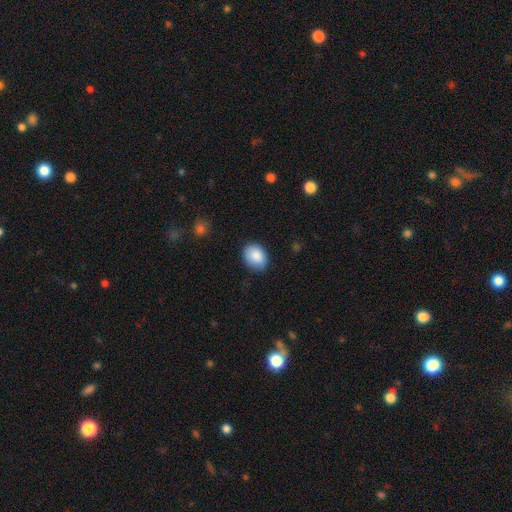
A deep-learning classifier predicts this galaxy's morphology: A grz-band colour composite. It shows a smooth galaxy with no disk features (88%) that is in between round and cigar-shaped (64%). Merging: none (80%).